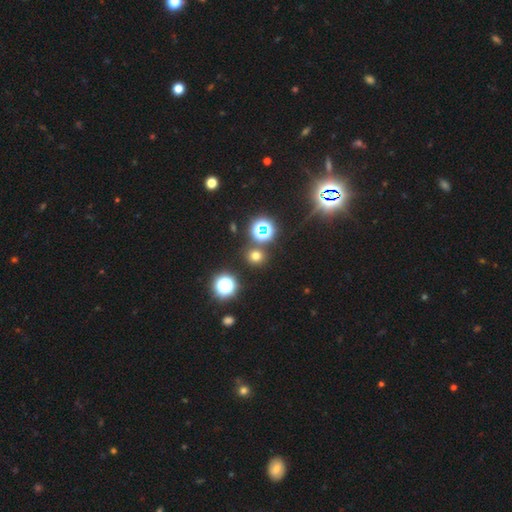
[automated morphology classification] Smooth or featured?
  - smooth: 64% *
  - star or artifact: 29%
  - featured or disk: 7%
How rounded?
  - round: 87% *
  - in between: 12%
  - cigar-shaped: 1%
Merging?
  - none: 83% *
  - minor disturbance: 7%
  - merger: 7%
  - major disturbance: 3%